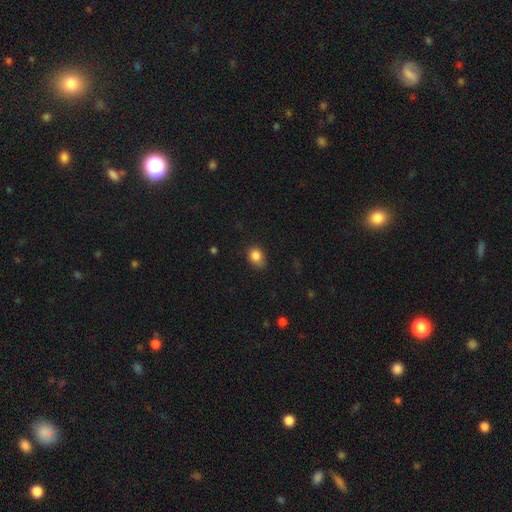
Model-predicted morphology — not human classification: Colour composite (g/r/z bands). It shows a smooth galaxy with no disk features (85%) that is in between round and cigar-shaped (56%). Merging: none (66%).